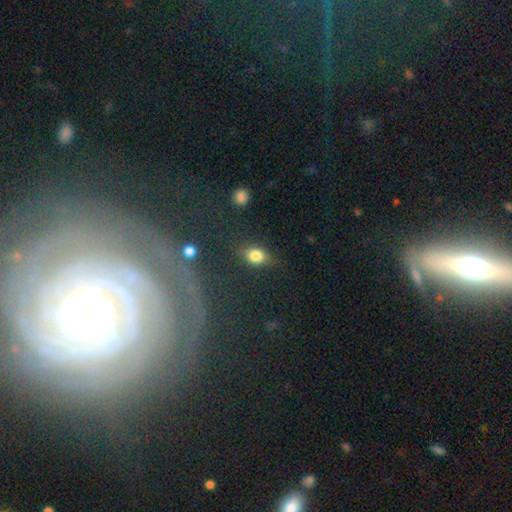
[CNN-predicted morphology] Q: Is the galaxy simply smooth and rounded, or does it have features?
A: smooth — 81%.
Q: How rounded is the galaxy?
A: in between — 64%.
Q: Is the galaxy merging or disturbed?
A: none — 74%.